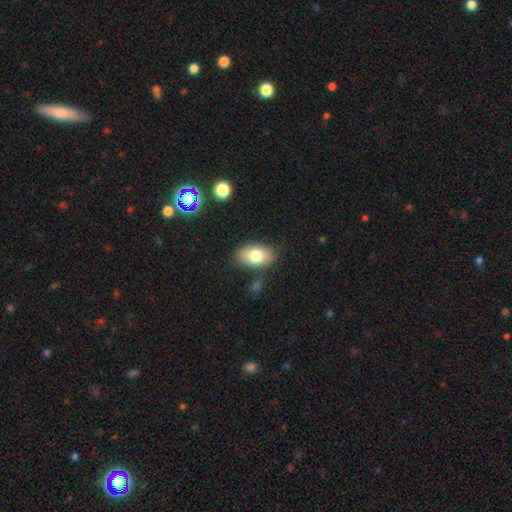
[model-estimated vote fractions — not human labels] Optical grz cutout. It shows a smooth galaxy with no disk features (77%) that is in between round and cigar-shaped (91%). Merging: none (80%).